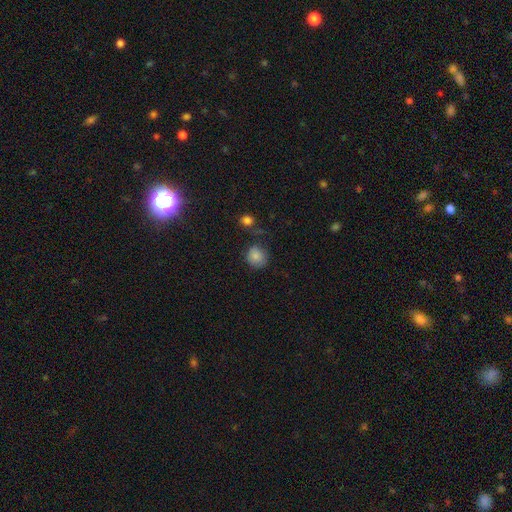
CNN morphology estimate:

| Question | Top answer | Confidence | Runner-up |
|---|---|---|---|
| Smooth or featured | smooth | 85% | star or artifact (10%) |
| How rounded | round | 84% | in between (15%) |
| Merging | none | 67% | minor disturbance (20%) |